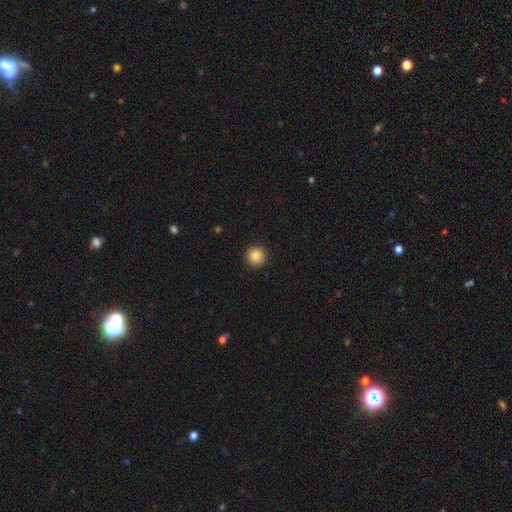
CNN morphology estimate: A smooth galaxy with no disk features (87%) that is round (95%).

Vote fractions:
- Smooth or featured? smooth: 87% / star or artifact: 9% / featured or disk: 3%
- How rounded? round: 95% / in between: 4% / cigar-shaped: 1%
- Merging? none: 92% / minor disturbance: 5% / major disturbance: 2% / merger: 1%